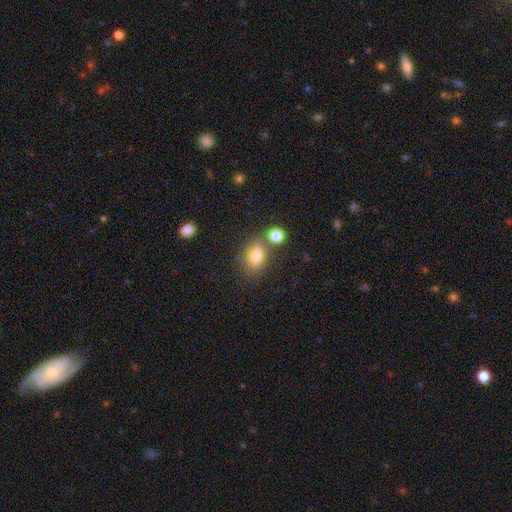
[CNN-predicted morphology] smooth_or_featured: smooth (p=0.78) [alt: featured or disk p=0.12]
how_rounded: in between (p=0.74) [alt: round p=0.23]
merging: none (p=0.60) [alt: merger p=0.20]